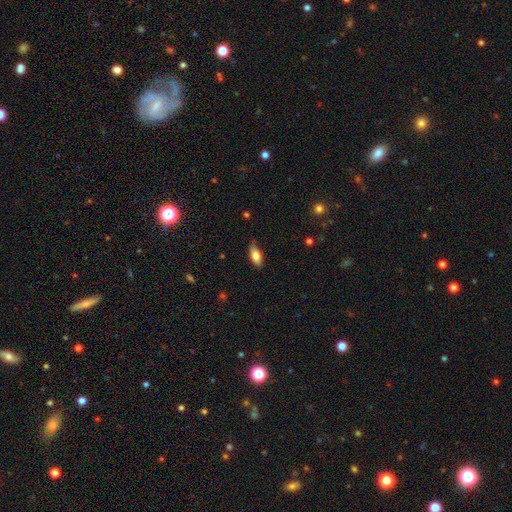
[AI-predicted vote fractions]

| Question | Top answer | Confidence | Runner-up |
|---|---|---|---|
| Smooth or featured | smooth | 81% | featured or disk (13%) |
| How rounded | in between | 83% | cigar-shaped (15%) |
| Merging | none | 76% | minor disturbance (19%) |